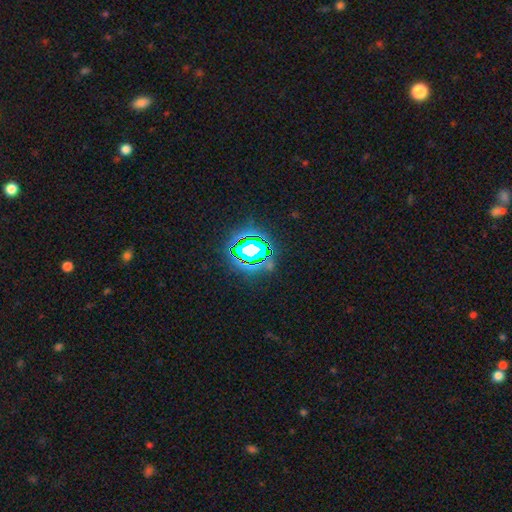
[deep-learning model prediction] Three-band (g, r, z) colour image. It shows a star or artifact, not a galaxy (82%).